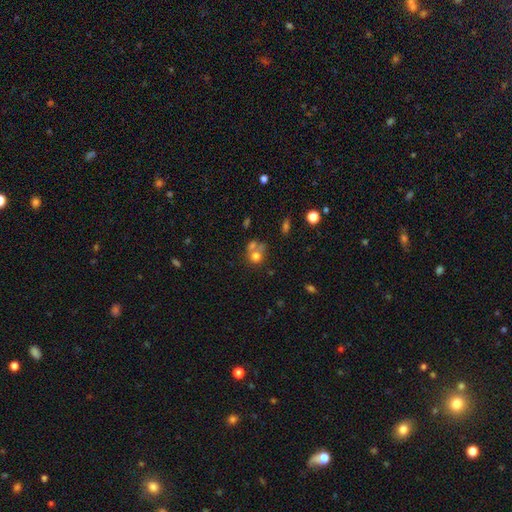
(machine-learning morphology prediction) Smooth or featured: smooth — 70% (featured or disk — 17%)
How rounded: round — 75% (in between — 24%)
Merging: merger — 52% (none — 34%)